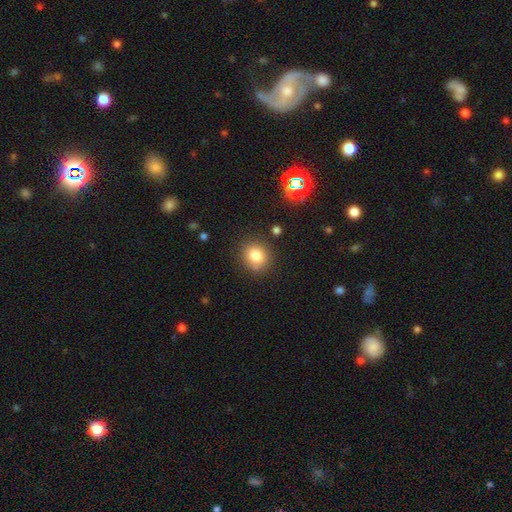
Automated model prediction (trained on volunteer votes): Overall: smooth (81%). How rounded: round (76%). Merging: none (81%).